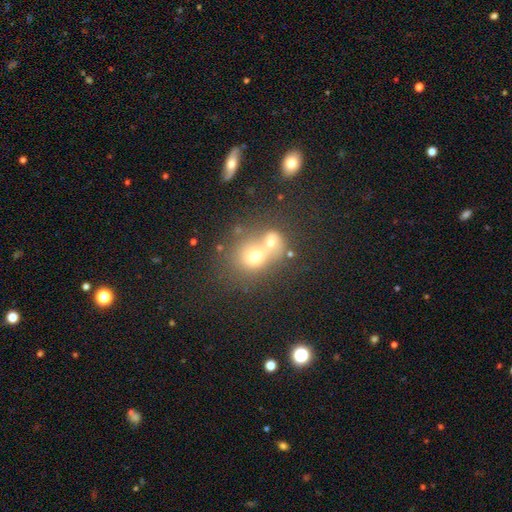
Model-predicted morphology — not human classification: Smooth or featured: smooth — 62% (featured or disk — 22%)
How rounded: round — 66% (in between — 32%)
Merging: merger — 63% (none — 25%)